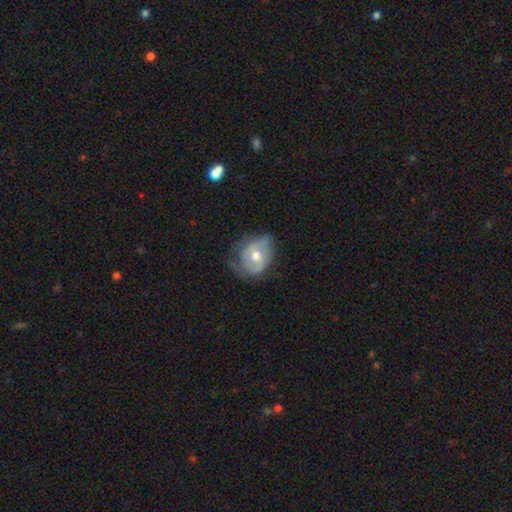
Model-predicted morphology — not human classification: The model was most divided on "smooth or featured": featured or disk: 55%, smooth: 38%, star or artifact: 7%. More confident: edge-on disk — no (96%); bulge size — moderate (74%); bar — no (68%); spiral arms — yes (63%); merging — none (54%).